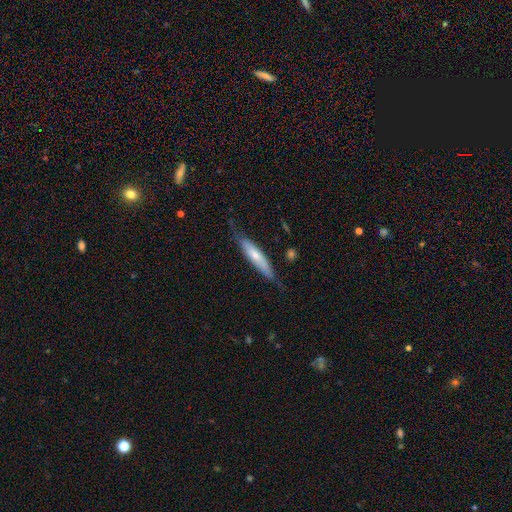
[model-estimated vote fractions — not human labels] Smooth or featured? smooth (56%)
How rounded? cigar-shaped (82%)
Merging? none (69%)